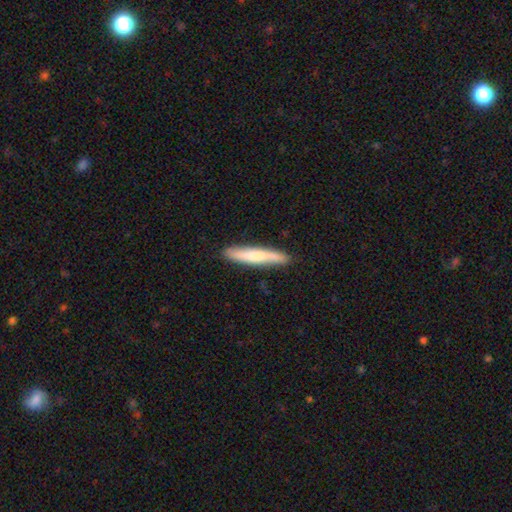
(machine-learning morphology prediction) Smooth or featured? smooth (64%)
How rounded? cigar-shaped (92%)
Merging? none (87%)